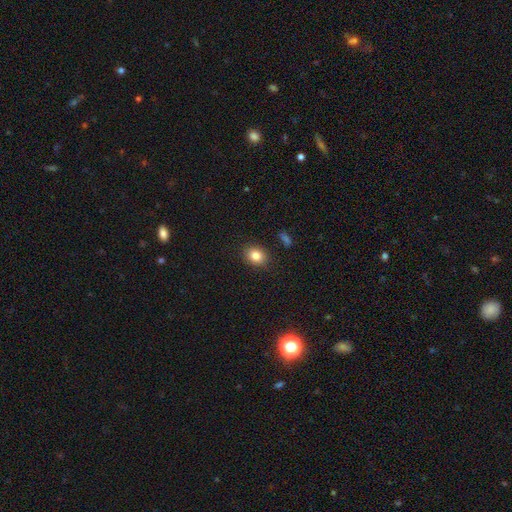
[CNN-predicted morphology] smooth_or_featured: smooth (p=0.83) [alt: star or artifact p=0.10]
how_rounded: round (p=0.54) [alt: in between p=0.45]
merging: none (p=0.87) [alt: minor disturbance p=0.09]